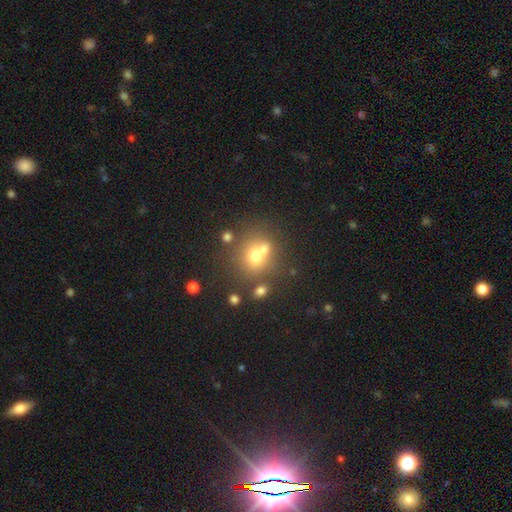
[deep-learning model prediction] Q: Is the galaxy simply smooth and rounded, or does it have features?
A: smooth — 65%.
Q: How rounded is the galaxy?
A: round — 80%.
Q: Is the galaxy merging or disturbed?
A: none — 48%.